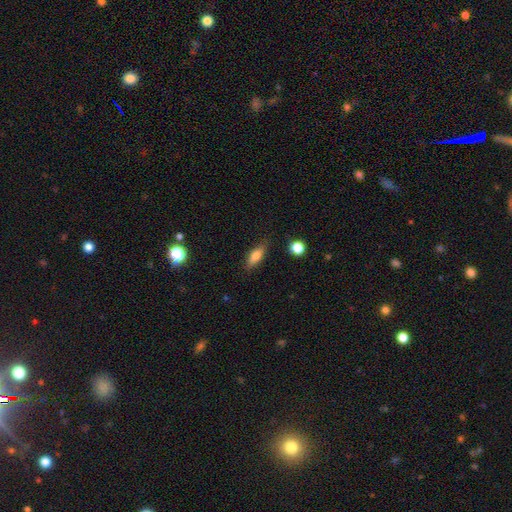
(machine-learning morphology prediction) smooth-or-featured: smooth: 76% | featured or disk: 15% | star or artifact: 8%
  how-rounded: in between: 61% | cigar-shaped: 35% | round: 4%
  merging: none: 83% | minor disturbance: 13% | major disturbance: 3% | merger: 2%